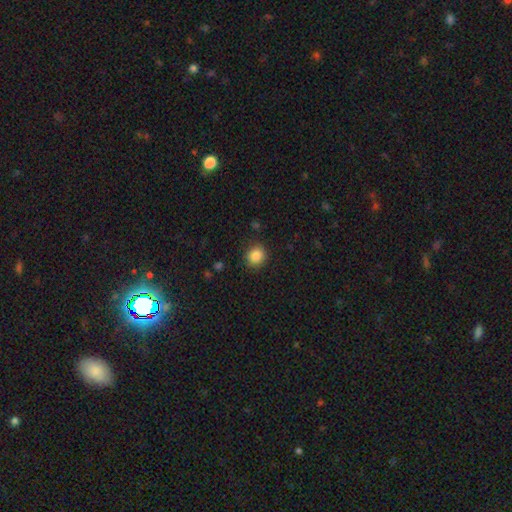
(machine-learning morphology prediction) Overall: smooth (86%). How rounded: round (84%). Merging: none (88%).